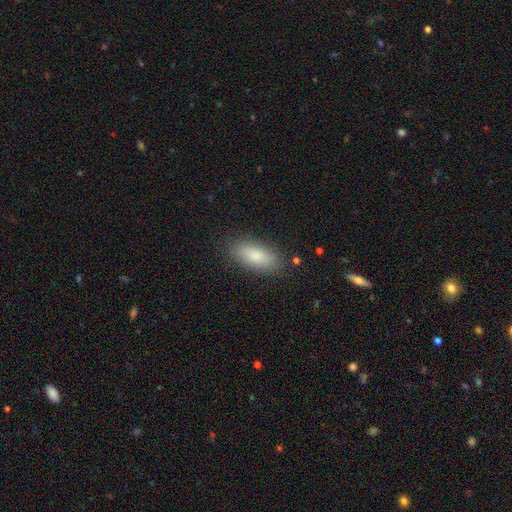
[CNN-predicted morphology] smooth 82%, featured or disk 11%, star or artifact 7%. Down the decision tree: how rounded — in between (82%); merging — none (86%).